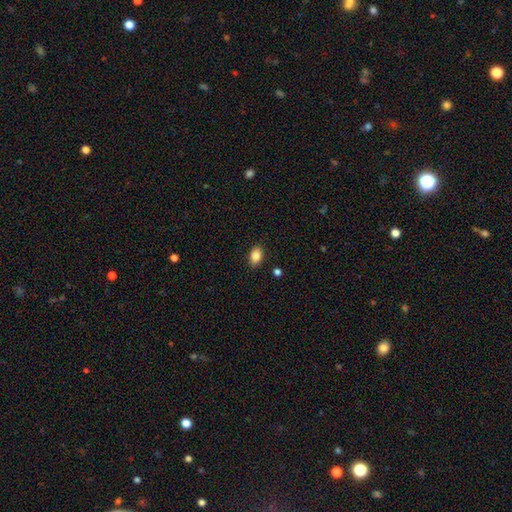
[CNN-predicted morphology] Smooth or featured? Predicted: smooth (p=0.85). How rounded? Predicted: in between (p=0.85). Merging? Predicted: none (p=0.87).